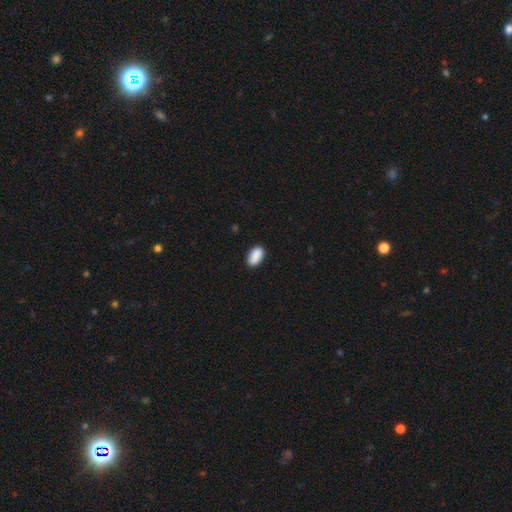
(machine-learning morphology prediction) smooth 90%, star or artifact 7%, featured or disk 3%. Down the decision tree: how rounded — in between (93%); merging — none (87%).